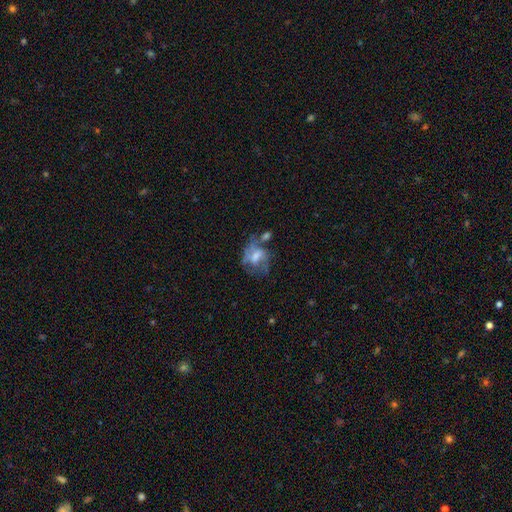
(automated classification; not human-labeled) Overall: featured or disk (52%; smooth 38%). Edge-on disk: no (96%). Merging: none (32%; major disturbance 28%).